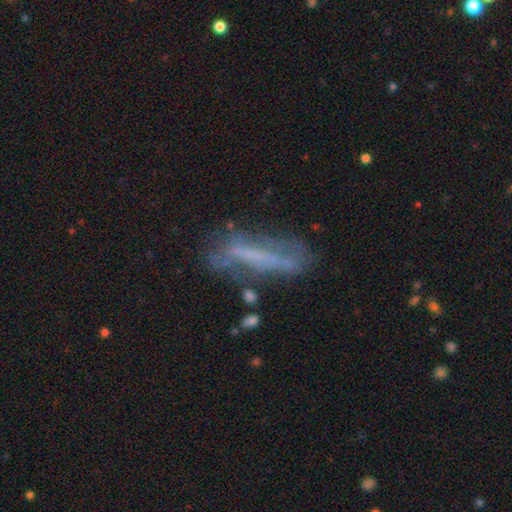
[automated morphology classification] Smooth or featured: featured or disk — 54% (smooth — 34%)
Edge-on disk: no — 57% (yes — 43%)
Merging: none — 52% (minor disturbance — 24%)